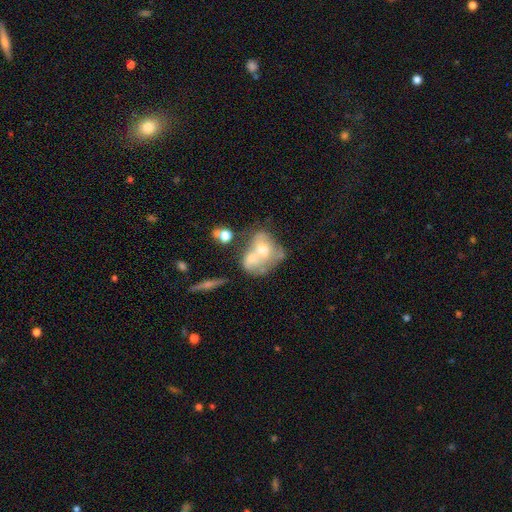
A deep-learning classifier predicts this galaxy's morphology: Smooth or featured?
  - featured or disk: 47% *
  - smooth: 43%
  - star or artifact: 10%
Merging?
  - merger: 63% *
  - none: 17%
  - minor disturbance: 10%
  - major disturbance: 10%